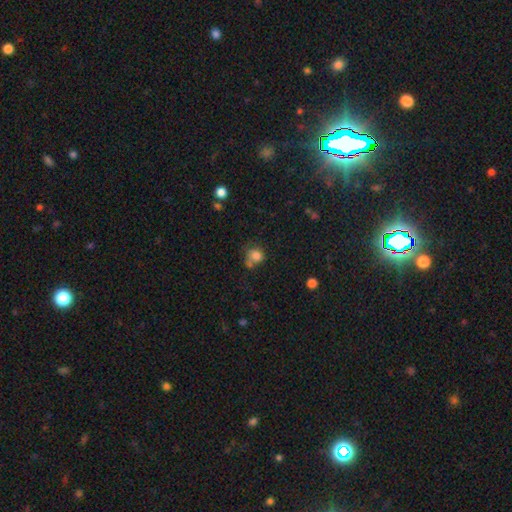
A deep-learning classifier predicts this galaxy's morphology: This appears to be a smooth galaxy with no disk features (81%) that is round (73%). Merging: none (48%).